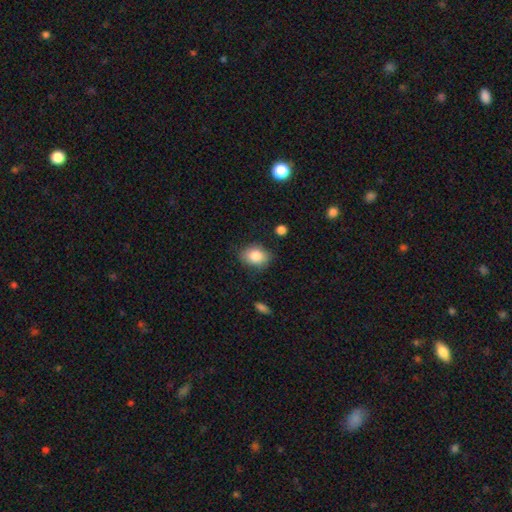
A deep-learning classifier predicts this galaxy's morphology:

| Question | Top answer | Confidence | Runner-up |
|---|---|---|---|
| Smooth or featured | smooth | 82% | featured or disk (9%) |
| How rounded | in between | 64% | round (35%) |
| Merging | none | 80% | minor disturbance (15%) |